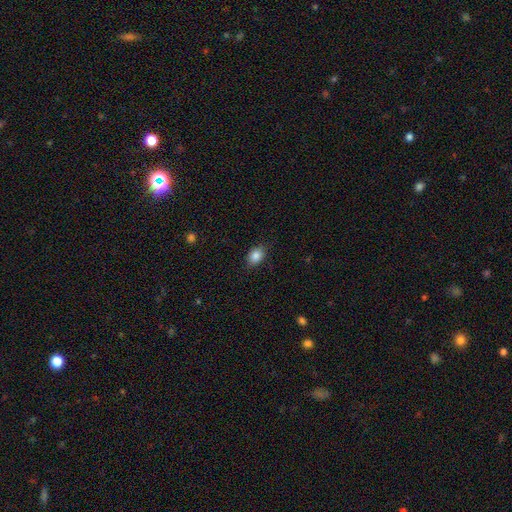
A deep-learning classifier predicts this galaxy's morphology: smooth 85%, star or artifact 9%, featured or disk 6%. Down the decision tree: how rounded — in between (76%); merging — none (85%).